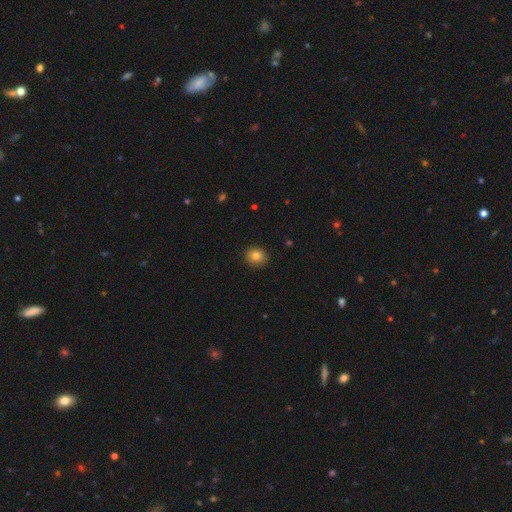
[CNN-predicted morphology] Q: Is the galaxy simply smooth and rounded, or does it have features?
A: smooth — 81%.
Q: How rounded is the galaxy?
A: round — 74%.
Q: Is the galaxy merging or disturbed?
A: none — 87%.